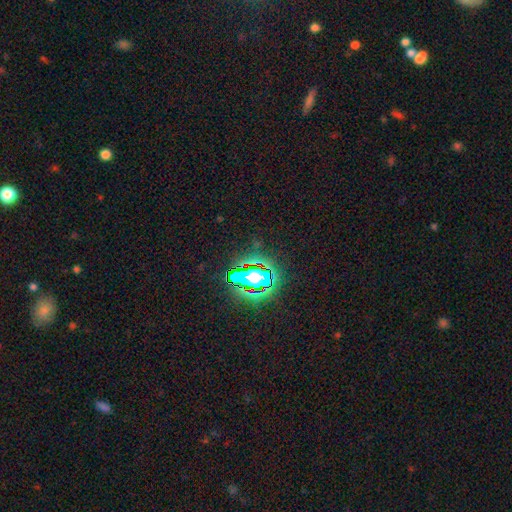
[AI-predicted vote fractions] A star or artifact, not a galaxy (79%).